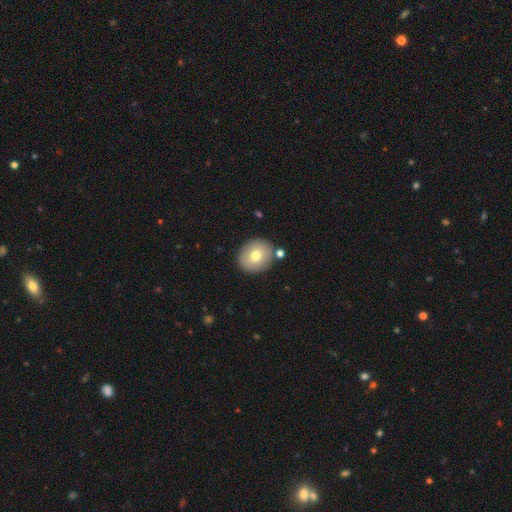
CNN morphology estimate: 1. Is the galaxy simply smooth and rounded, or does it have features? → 73% smooth, 18% featured or disk, 9% star or artifact.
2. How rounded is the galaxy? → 80% round, 19% in between, 1% cigar-shaped.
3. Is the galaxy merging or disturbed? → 84% none, 8% minor disturbance, 6% merger, 2% major disturbance.